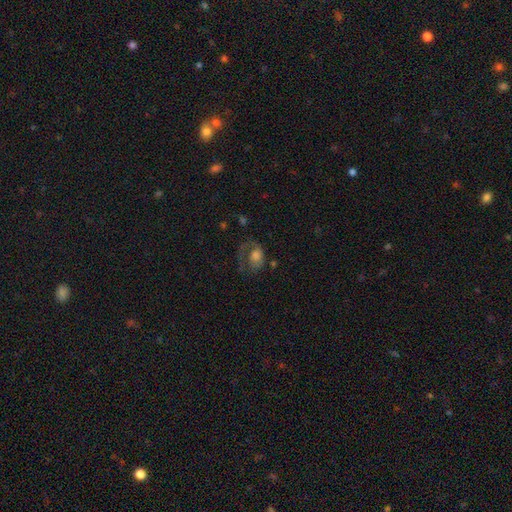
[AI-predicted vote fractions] The model was most divided on "merging": major disturbance: 42%, none: 37%, minor disturbance: 18%, merger: 3%. More confident: edge-on disk — no (97%); smooth or featured — featured or disk (50%).